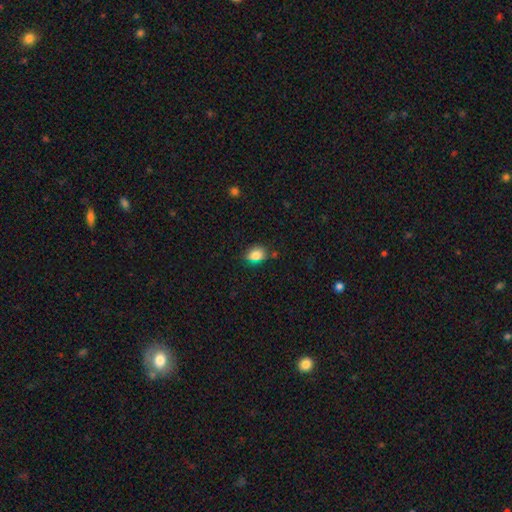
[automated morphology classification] Q: Smooth or featured?
A: smooth (81%); runner-up: star or artifact (12%)
Q: How rounded?
A: in between (66%); runner-up: round (32%)
Q: Merging?
A: none (73%); runner-up: minor disturbance (18%)